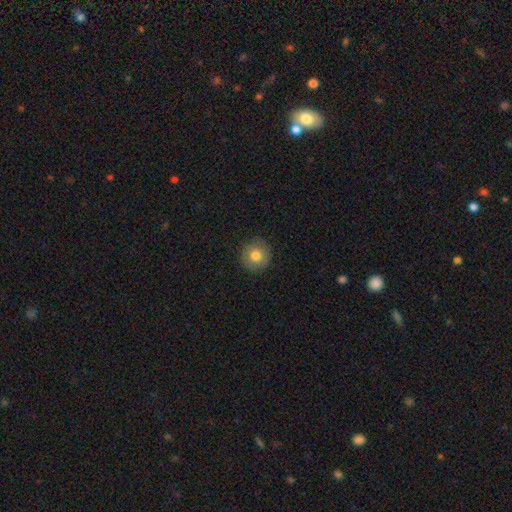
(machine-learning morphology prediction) type=smooth (76%); roundness=round (93%); merging=none (88%).